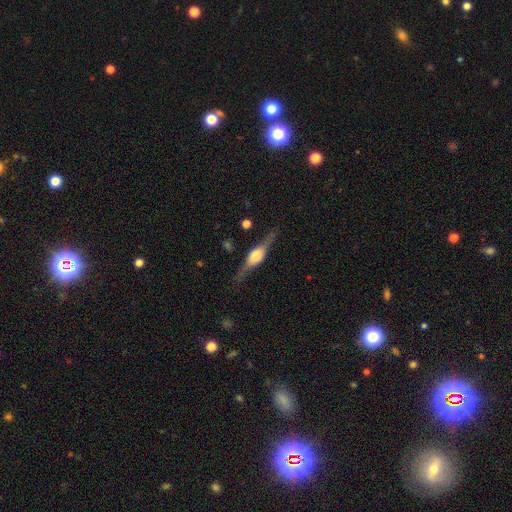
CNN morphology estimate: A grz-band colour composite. It shows a featured or disk galaxy (77%) viewed edge-on (95%) with a rounded central bulge (82%). Merging: none (79%).